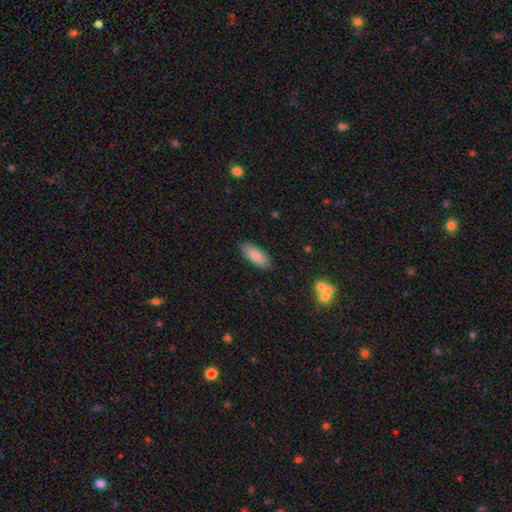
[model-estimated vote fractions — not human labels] Q: Smooth or featured?
A: smooth (83%); runner-up: featured or disk (10%)
Q: How rounded?
A: in between (84%); runner-up: cigar-shaped (14%)
Q: Merging?
A: none (87%); runner-up: minor disturbance (9%)